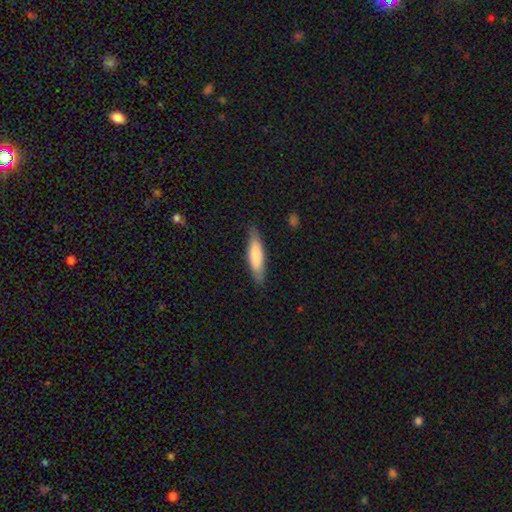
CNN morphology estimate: This is likely a smooth galaxy (76%). How rounded: likely cigar-shaped (73%). Merging: clearly none (85%).